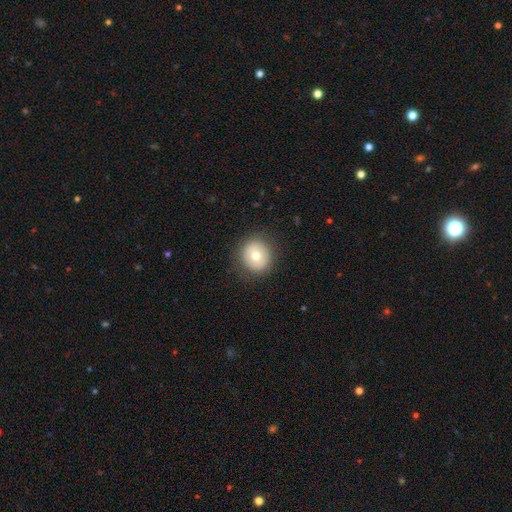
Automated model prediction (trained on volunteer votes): Smooth or featured?
  - smooth: 69% *
  - featured or disk: 22%
  - star or artifact: 9%
How rounded?
  - round: 91% *
  - in between: 8%
  - cigar-shaped: 1%
Merging?
  - none: 88% *
  - minor disturbance: 8%
  - major disturbance: 3%
  - merger: 1%